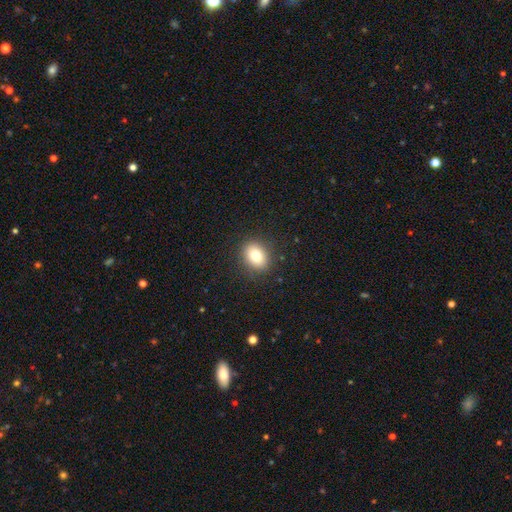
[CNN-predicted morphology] smooth 80%, featured or disk 10%, star or artifact 10%. Down the decision tree: how rounded — in between (63%); merging — none (88%).